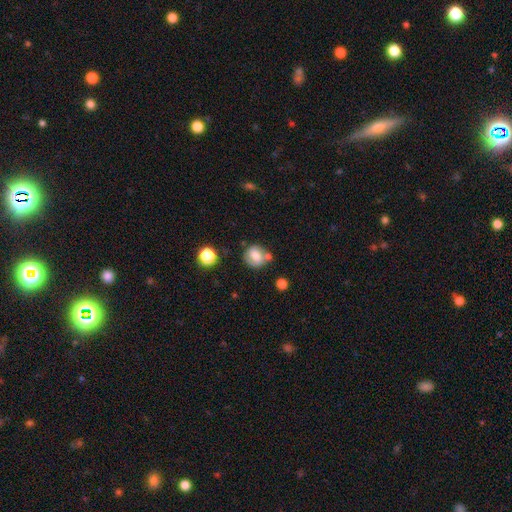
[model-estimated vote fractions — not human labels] Smooth or featured? smooth (71%)
How rounded? round (73%)
Merging? none (56%)